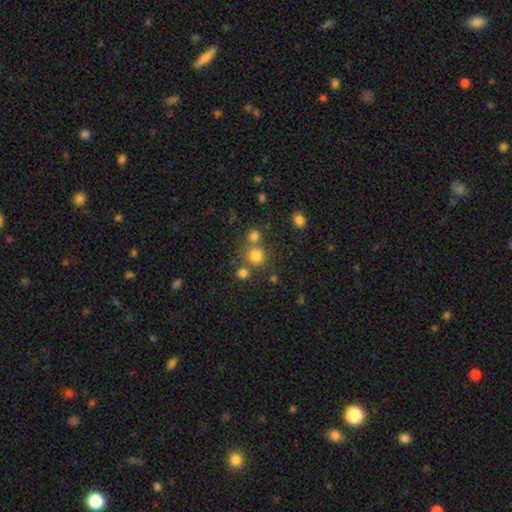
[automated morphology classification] A smooth galaxy with no disk features (76%) that is round (89%). Merging: none (65%).